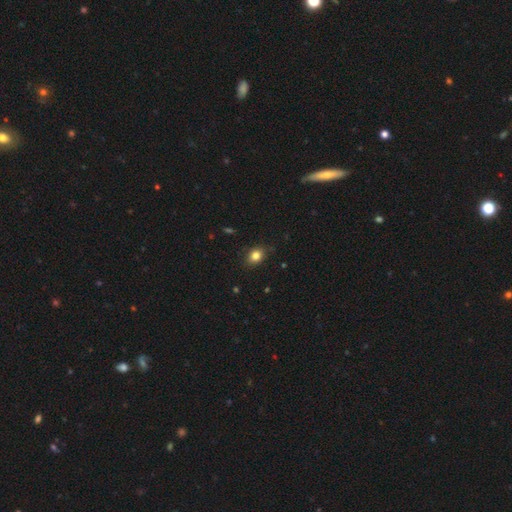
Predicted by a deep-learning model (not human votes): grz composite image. It shows a smooth galaxy with no disk features (83%) that is in between round and cigar-shaped (58%). Merging: none (82%).